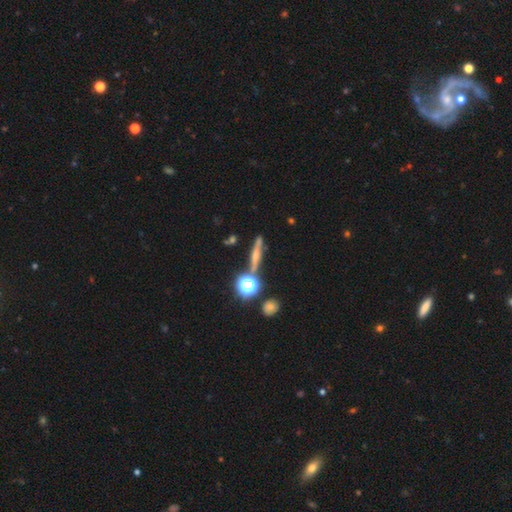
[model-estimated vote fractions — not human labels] Smooth or featured? Predicted: featured or disk (p=0.46). Merging? Predicted: none (p=0.80).